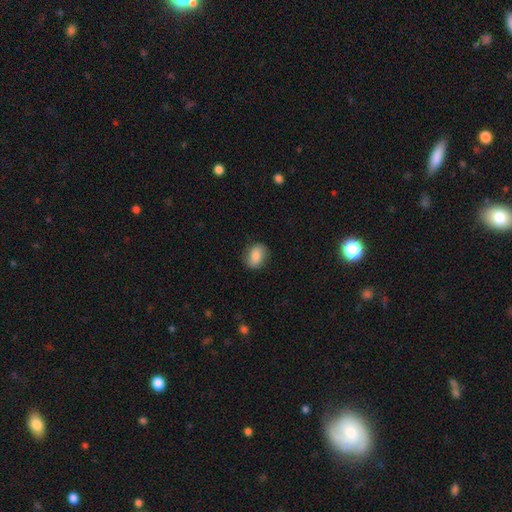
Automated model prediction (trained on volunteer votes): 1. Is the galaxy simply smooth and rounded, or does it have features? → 80% smooth, 13% featured or disk, 8% star or artifact.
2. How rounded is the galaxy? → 68% in between, 31% round, 2% cigar-shaped.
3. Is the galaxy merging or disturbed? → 80% none, 15% minor disturbance, 4% major disturbance, 1% merger.